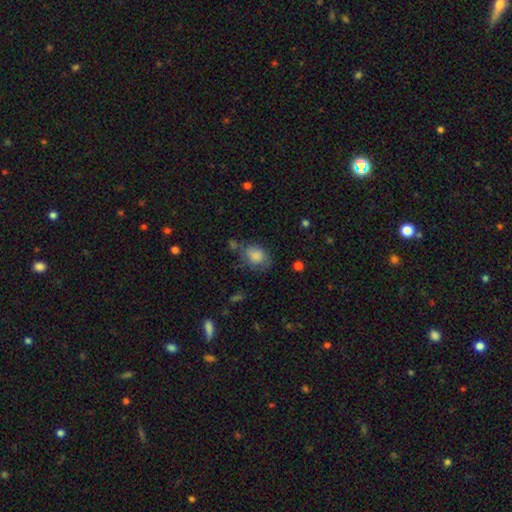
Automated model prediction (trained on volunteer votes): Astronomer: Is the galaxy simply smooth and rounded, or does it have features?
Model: smooth — 81%.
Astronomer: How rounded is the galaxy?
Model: in between — 58% (runner-up: round, 41%).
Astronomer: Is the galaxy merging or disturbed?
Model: none — 52% (runner-up: minor disturbance, 28%).